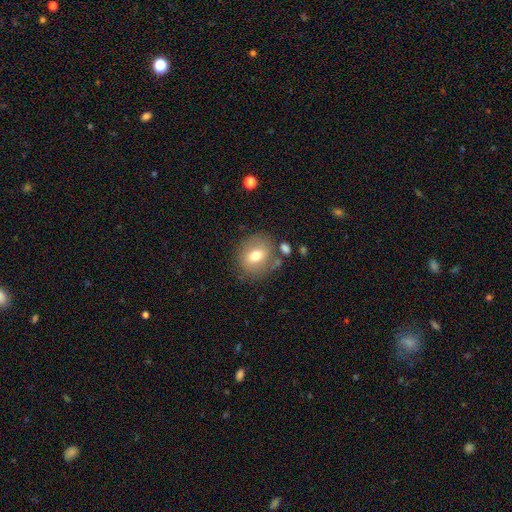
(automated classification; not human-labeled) smooth-or-featured: smooth: 68% | featured or disk: 23% | star or artifact: 9%
  how-rounded: round: 66% | in between: 33% | cigar-shaped: 1%
  merging: none: 76% | minor disturbance: 14% | merger: 6% | major disturbance: 5%